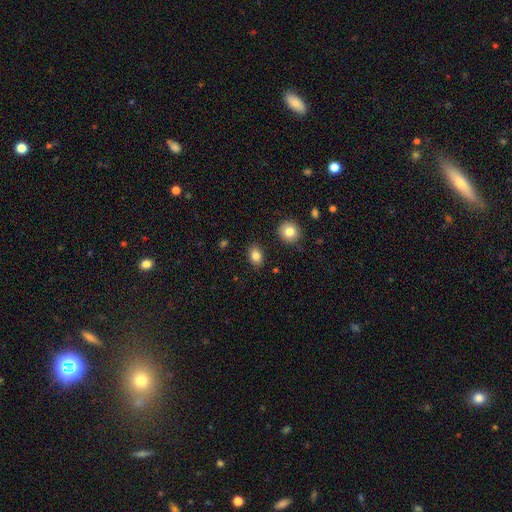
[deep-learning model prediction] Q: Smooth or featured?
A: smooth (84%); runner-up: star or artifact (9%)
Q: How rounded?
A: in between (71%); runner-up: round (28%)
Q: Merging?
A: none (86%); runner-up: minor disturbance (9%)